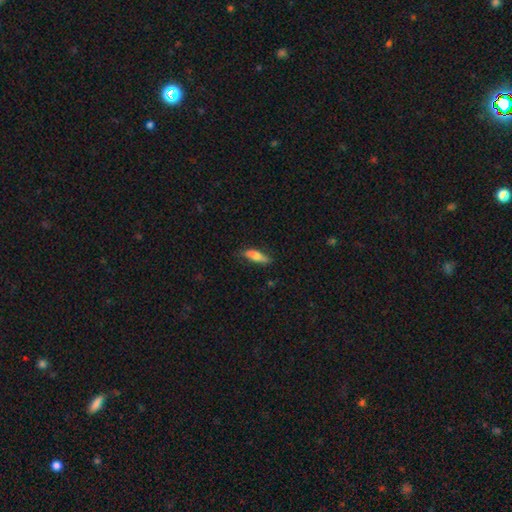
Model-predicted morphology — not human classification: Smooth or featured? smooth (76%)
How rounded? in between (52%)
Merging? none (76%)